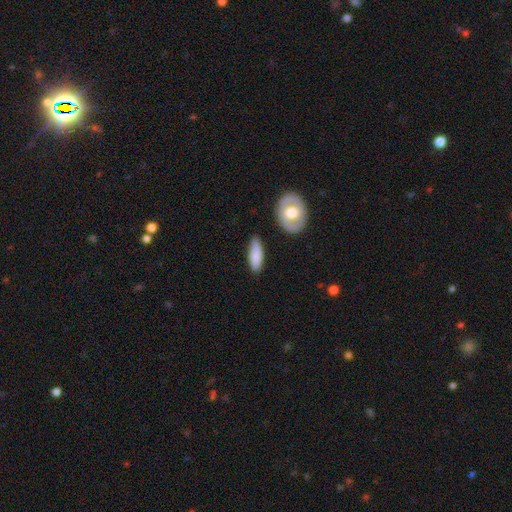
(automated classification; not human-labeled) Smooth or featured: smooth — 83% (featured or disk — 12%)
How rounded: in between — 66% (cigar-shaped — 31%)
Merging: none — 79% (minor disturbance — 14%)